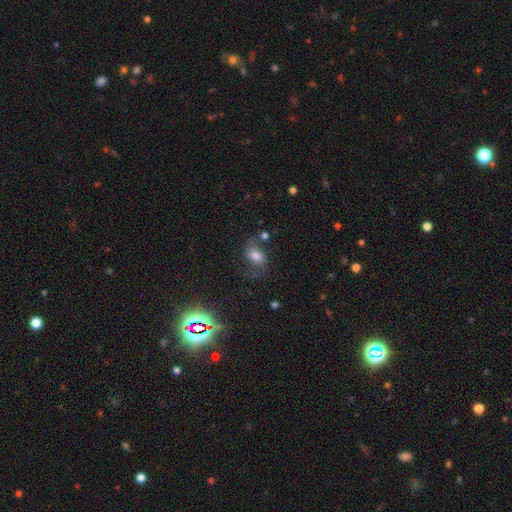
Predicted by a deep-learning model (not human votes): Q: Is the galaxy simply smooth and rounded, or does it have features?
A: featured or disk — 52%.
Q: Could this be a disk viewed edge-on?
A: no — 96%.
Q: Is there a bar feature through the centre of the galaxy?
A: no — 49%.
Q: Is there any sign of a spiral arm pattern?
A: yes — 87%.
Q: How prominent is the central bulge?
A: moderate — 44%.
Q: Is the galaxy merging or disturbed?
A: none — 57%.